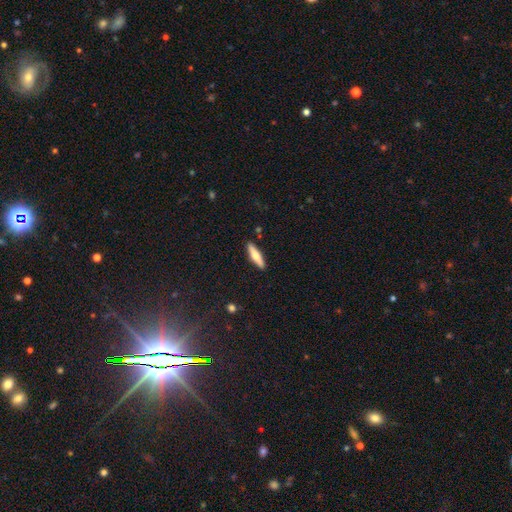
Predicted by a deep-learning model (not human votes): Overall: smooth (58%; featured or disk 37%). How rounded: cigar-shaped (77%). Merging: none (89%).